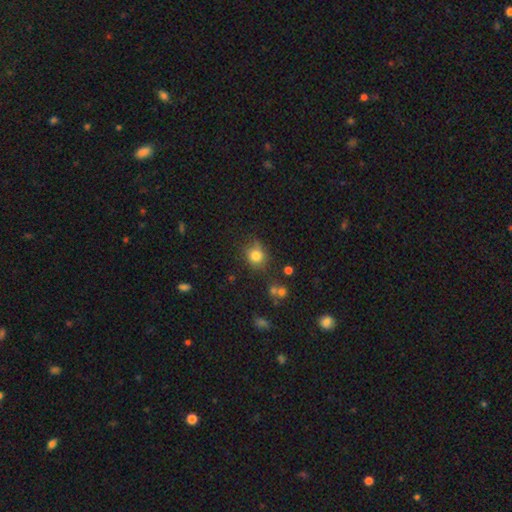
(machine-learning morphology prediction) A smooth galaxy with no disk features (81%) that is round (80%).

Vote fractions:
- Smooth or featured? smooth: 81% / star or artifact: 12% / featured or disk: 7%
- How rounded? round: 80% / in between: 19% / cigar-shaped: 1%
- Merging? none: 71% / minor disturbance: 20% / major disturbance: 5% / merger: 4%